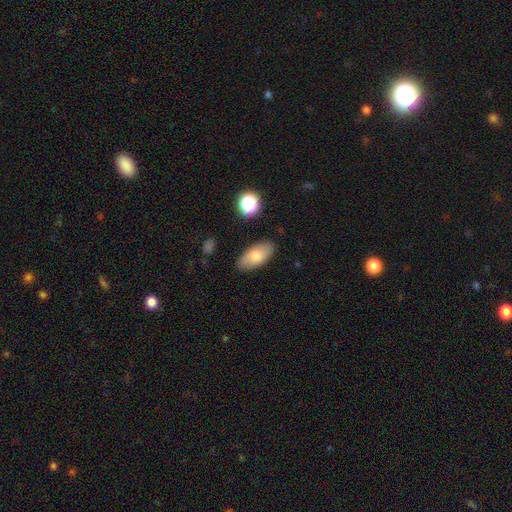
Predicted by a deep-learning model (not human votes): Smooth or featured? smooth (78%)
How rounded? in between (91%)
Merging? none (85%)